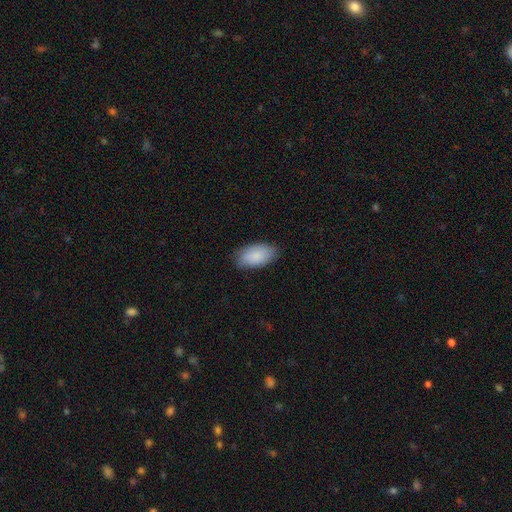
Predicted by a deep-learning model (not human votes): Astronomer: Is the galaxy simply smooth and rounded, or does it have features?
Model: smooth — 87%.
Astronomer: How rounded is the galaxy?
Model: in between — 95%.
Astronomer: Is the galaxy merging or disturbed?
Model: none — 81%.